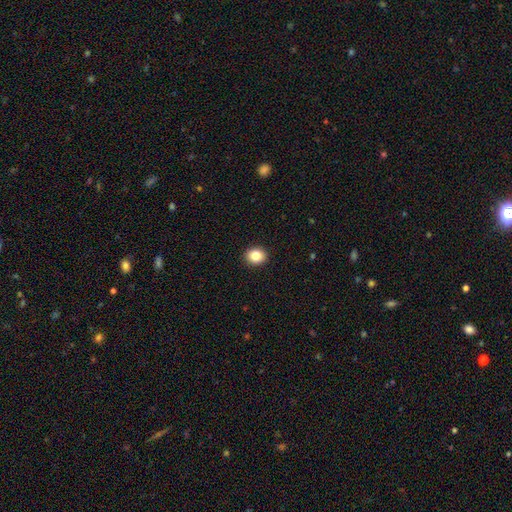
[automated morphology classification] A smooth galaxy with no disk features (84%) that is round (68%).

Vote fractions:
- Smooth or featured? smooth: 84% / star or artifact: 10% / featured or disk: 6%
- How rounded? round: 68% / in between: 31% / cigar-shaped: 1%
- Merging? none: 92% / minor disturbance: 5% / major disturbance: 2% / merger: 1%